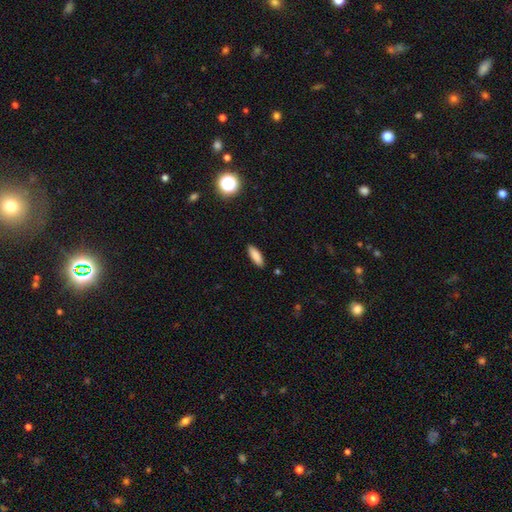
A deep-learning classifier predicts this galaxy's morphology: Smooth or featured?
  - smooth: 86% *
  - star or artifact: 7%
  - featured or disk: 6%
How rounded?
  - in between: 57% *
  - cigar-shaped: 41%
  - round: 2%
Merging?
  - none: 89% *
  - minor disturbance: 8%
  - major disturbance: 2%
  - merger: 1%